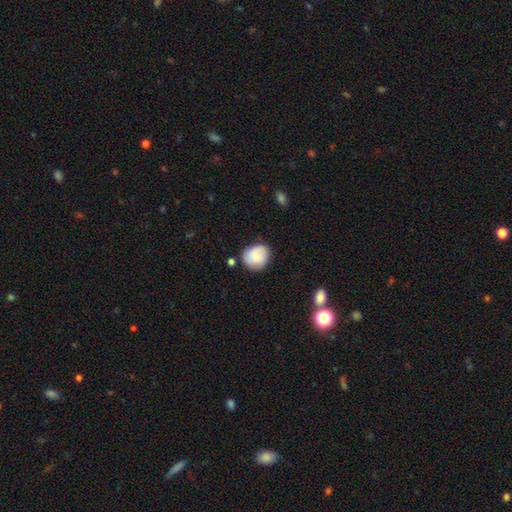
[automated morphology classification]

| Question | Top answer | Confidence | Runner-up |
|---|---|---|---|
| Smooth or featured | smooth | 75% | featured or disk (18%) |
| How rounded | round | 66% | in between (33%) |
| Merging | none | 71% | minor disturbance (21%) |